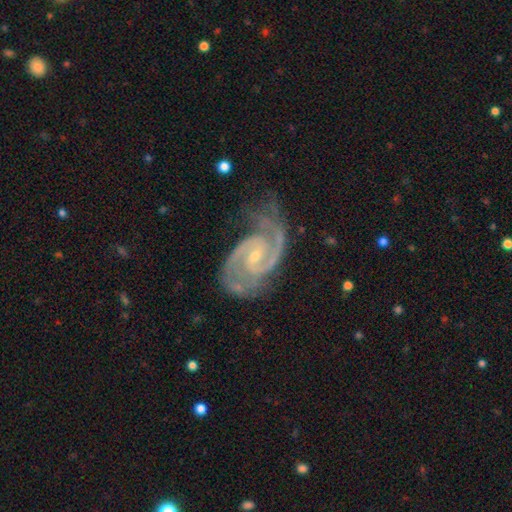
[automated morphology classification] Smooth or featured? Predicted: featured or disk (p=0.94). Edge-on disk? Predicted: no (p=0.98). Bar? Predicted: no (p=0.44). Spiral arms? Predicted: yes (p=0.99). Spiral winding? Predicted: medium (p=0.51). Spiral arm count? Predicted: 2 (p=0.87). Bulge size? Predicted: small (p=0.72). Merging? Predicted: none (p=0.66).